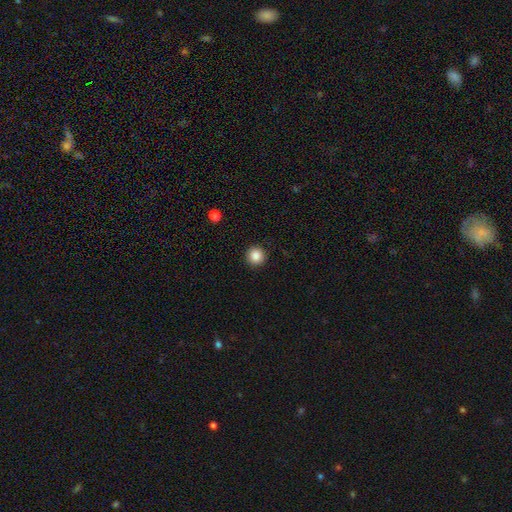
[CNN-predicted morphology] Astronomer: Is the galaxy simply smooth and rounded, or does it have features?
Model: smooth — 87%.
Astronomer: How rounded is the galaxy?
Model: round — 95%.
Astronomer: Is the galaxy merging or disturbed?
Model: none — 93%.